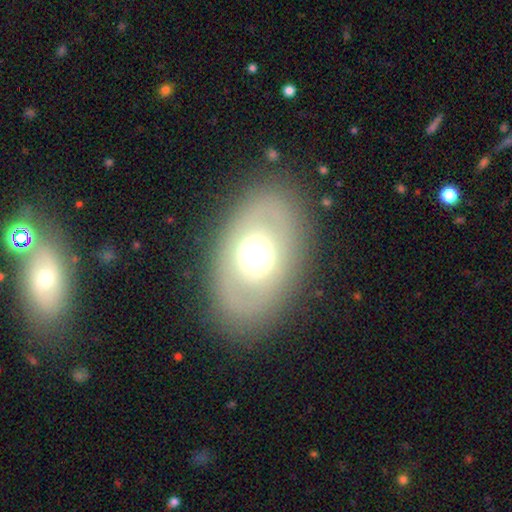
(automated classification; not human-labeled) A featured or disk galaxy (47%).

Vote fractions:
- Smooth or featured? featured or disk: 47% / smooth: 44% / star or artifact: 8%
- Merging? none: 83% / minor disturbance: 10% / major disturbance: 5% / merger: 1%